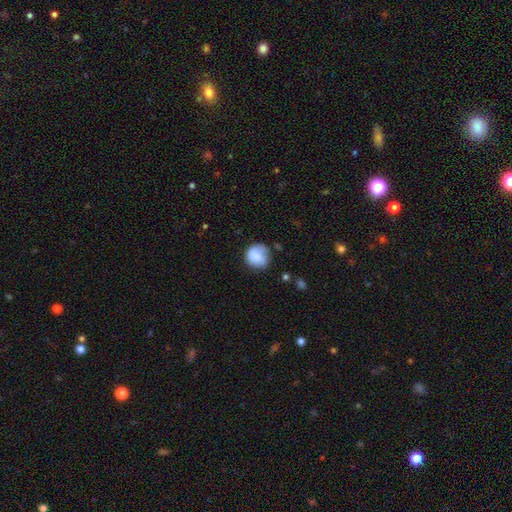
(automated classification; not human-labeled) Smooth or featured? Predicted: smooth (p=0.78). How rounded? Predicted: round (p=0.85). Merging? Predicted: none (p=0.64).